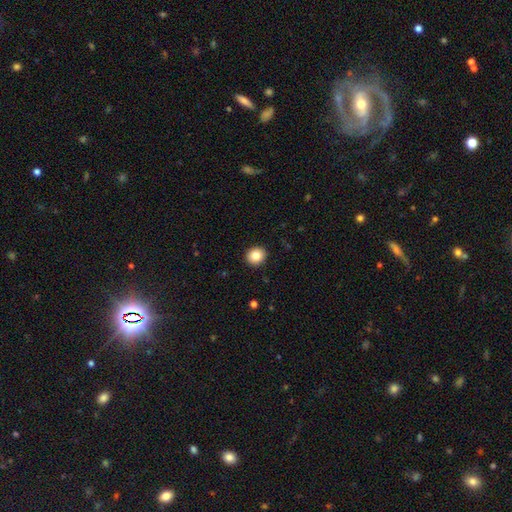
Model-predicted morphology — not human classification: Smooth or featured? Predicted: smooth (p=0.83). How rounded? Predicted: round (p=0.84). Merging? Predicted: none (p=0.92).